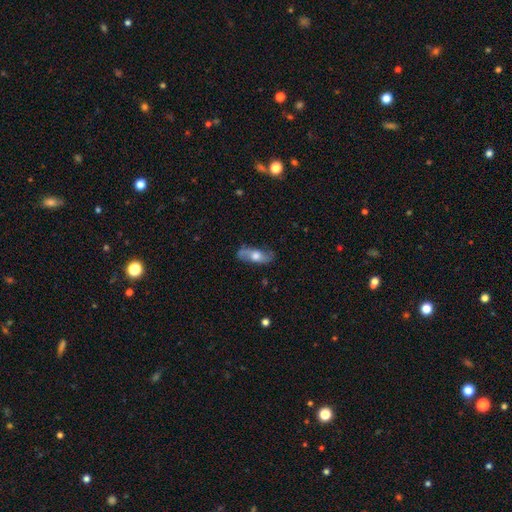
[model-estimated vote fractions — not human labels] Smooth or featured? featured or disk (54%)
Edge-on disk? no (74%)
Merging? none (77%)